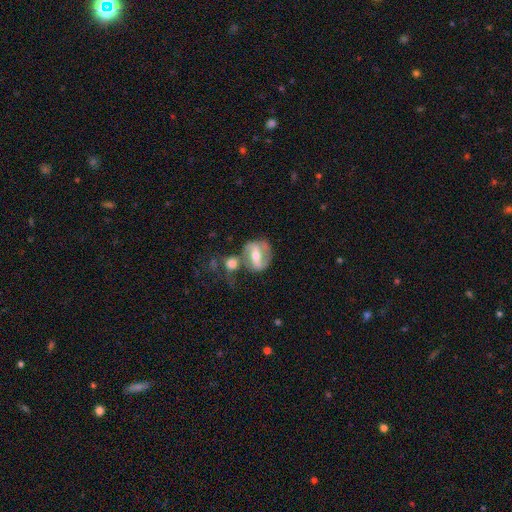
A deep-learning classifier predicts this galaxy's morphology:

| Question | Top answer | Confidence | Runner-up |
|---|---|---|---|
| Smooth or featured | featured or disk | 74% | smooth (20%) |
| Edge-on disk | no | 95% | yes (5%) |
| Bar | strong | 57% | weak (29%) |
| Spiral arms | yes | 81% | no (19%) |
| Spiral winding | medium | 44% | loose (34%) |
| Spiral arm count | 2 | 85% | can't tell (8%) |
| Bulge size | moderate | 67% | small (26%) |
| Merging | none | 49% | merger (26%) |